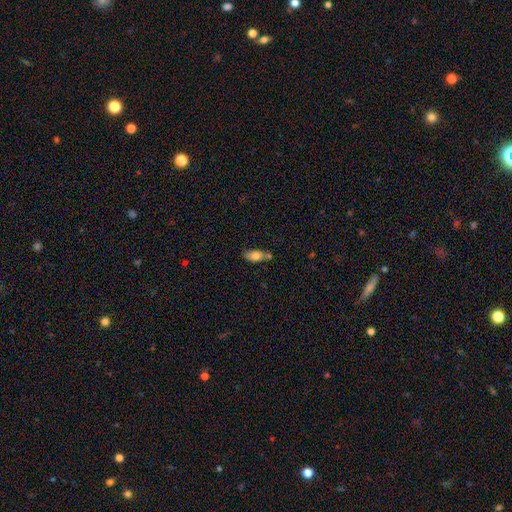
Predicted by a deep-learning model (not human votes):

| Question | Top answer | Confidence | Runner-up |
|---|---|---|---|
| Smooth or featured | smooth | 75% | featured or disk (17%) |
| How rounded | in between | 84% | cigar-shaped (12%) |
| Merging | none | 52% | merger (22%) |